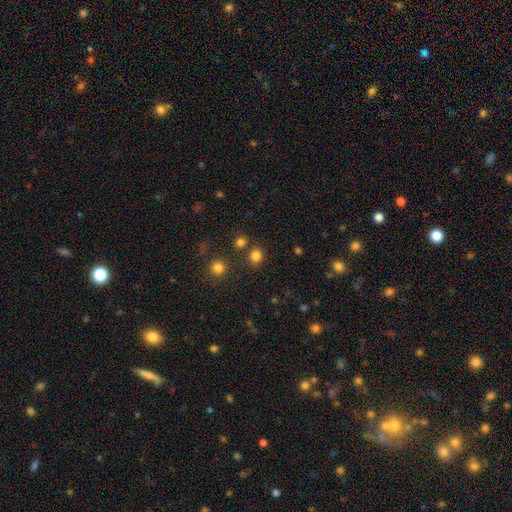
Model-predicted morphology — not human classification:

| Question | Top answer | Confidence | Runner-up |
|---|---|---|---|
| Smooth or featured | smooth | 80% | star or artifact (16%) |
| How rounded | round | 82% | in between (17%) |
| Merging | none | 81% | merger (8%) |